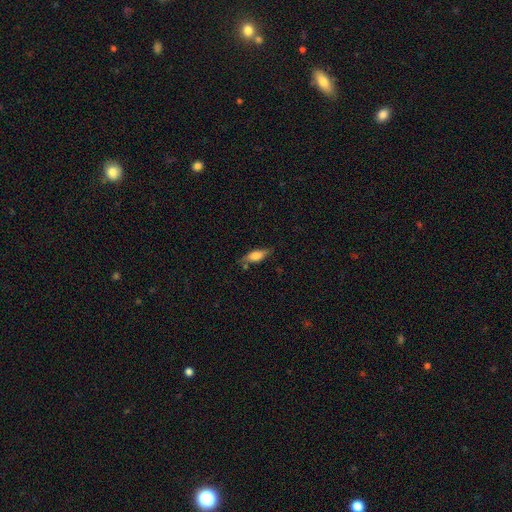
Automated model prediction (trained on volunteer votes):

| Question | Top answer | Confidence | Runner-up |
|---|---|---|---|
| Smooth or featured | smooth | 67% | featured or disk (26%) |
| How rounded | in between | 65% | cigar-shaped (32%) |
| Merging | none | 71% | minor disturbance (21%) |